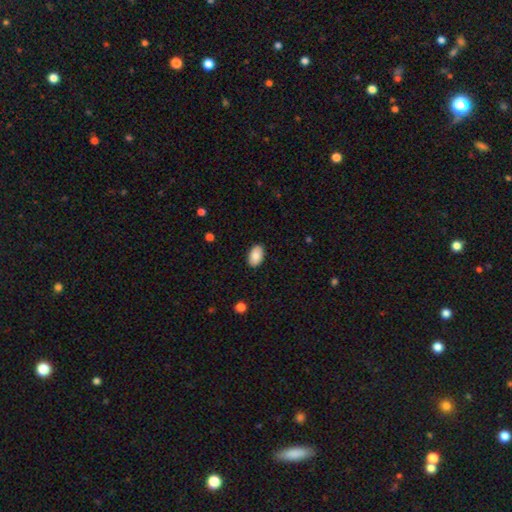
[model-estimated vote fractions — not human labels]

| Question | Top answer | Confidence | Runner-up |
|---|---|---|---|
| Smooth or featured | smooth | 86% | featured or disk (7%) |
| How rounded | in between | 93% | round (6%) |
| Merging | none | 88% | minor disturbance (9%) |